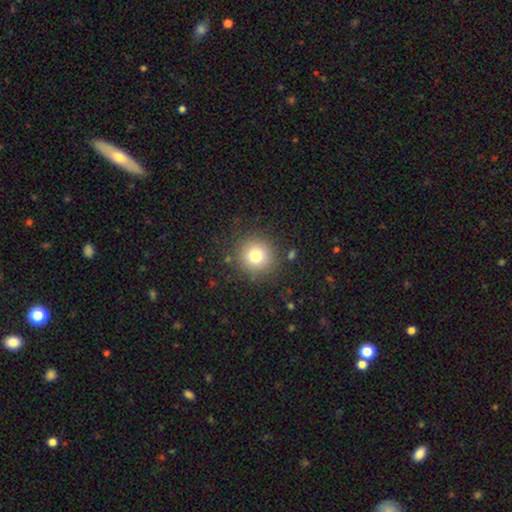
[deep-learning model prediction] This is likely a smooth galaxy (77%). How rounded: clearly round (93%). Merging: clearly none (86%).